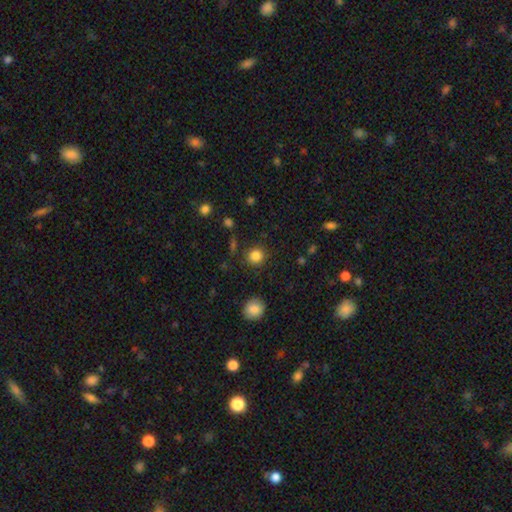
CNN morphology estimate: This is clearly a smooth galaxy (84%). How rounded: clearly round (88%). Merging: clearly none (87%).